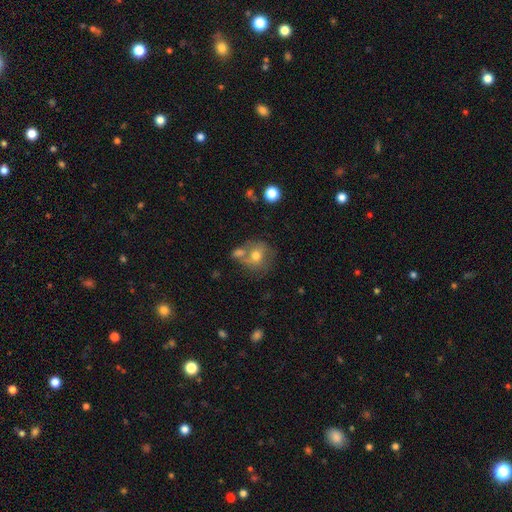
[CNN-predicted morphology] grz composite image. It shows a smooth galaxy with no disk features (64%) that is round (78%). Merging: none (44%).